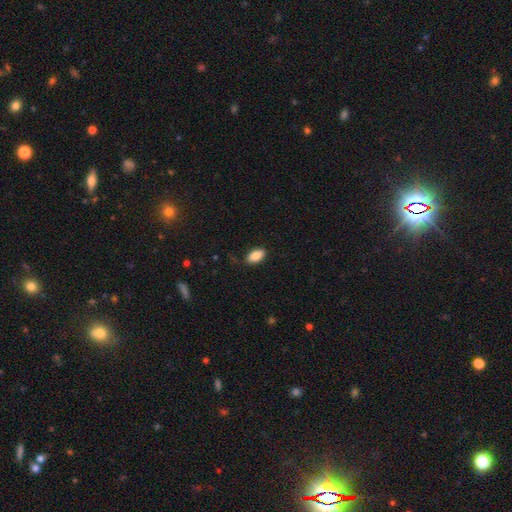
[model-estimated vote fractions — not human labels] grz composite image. It shows a smooth galaxy with no disk features (88%) that is in between round and cigar-shaped (92%). Merging: none (83%).